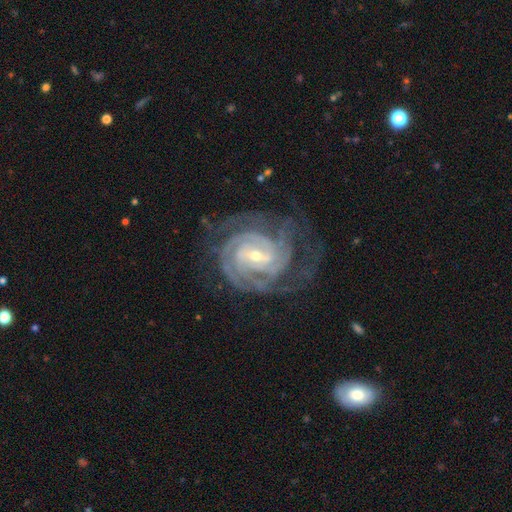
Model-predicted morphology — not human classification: smooth_or_featured: featured or disk (p=0.92) [alt: star or artifact p=0.05]
disk_edge_on: no (p=0.98) [alt: yes p=0.02]
bar: weak (p=0.47) [alt: strong p=0.30]
has_spiral_arms: yes (p=0.98) [alt: no p=0.02]
spiral_winding: tight (p=0.75) [alt: medium p=0.22]
spiral_arm_count: 3 (p=0.25) [alt: 4 p=0.22]
bulge_size: small (p=0.62) [alt: moderate p=0.35]
merging: none (p=0.68) [alt: minor disturbance p=0.18]